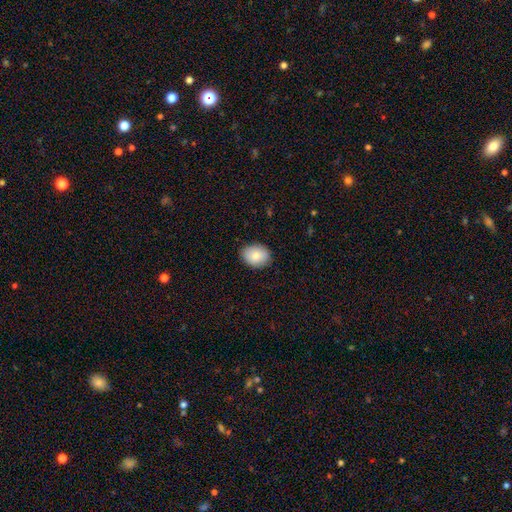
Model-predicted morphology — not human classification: smooth_or_featured: smooth (p=0.84) [alt: featured or disk p=0.09]
how_rounded: in between (p=0.59) [alt: round p=0.40]
merging: none (p=0.87) [alt: minor disturbance p=0.10]